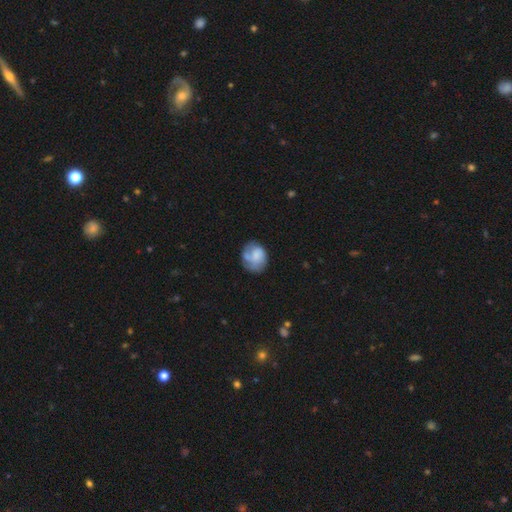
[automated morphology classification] Smooth or featured?
  - smooth: 57% *
  - featured or disk: 35%
  - star or artifact: 8%
How rounded?
  - round: 56% *
  - in between: 43%
  - cigar-shaped: 1%
Merging?
  - none: 51% *
  - minor disturbance: 27%
  - major disturbance: 17%
  - merger: 4%